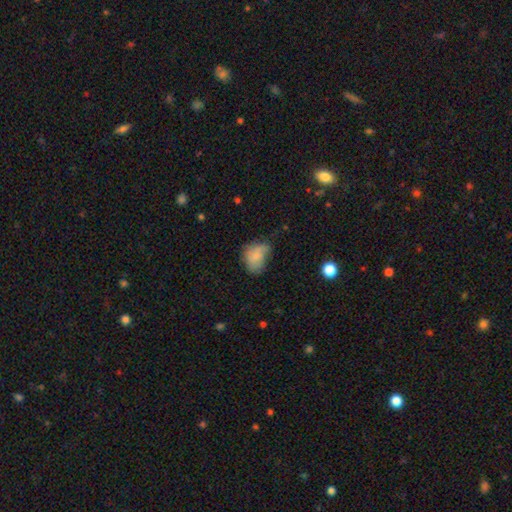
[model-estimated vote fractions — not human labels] smooth-or-featured: smooth: 73% | featured or disk: 18% | star or artifact: 9%
  how-rounded: in between: 68% | round: 30% | cigar-shaped: 1%
  merging: minor disturbance: 40% | none: 34% | major disturbance: 22% | merger: 4%